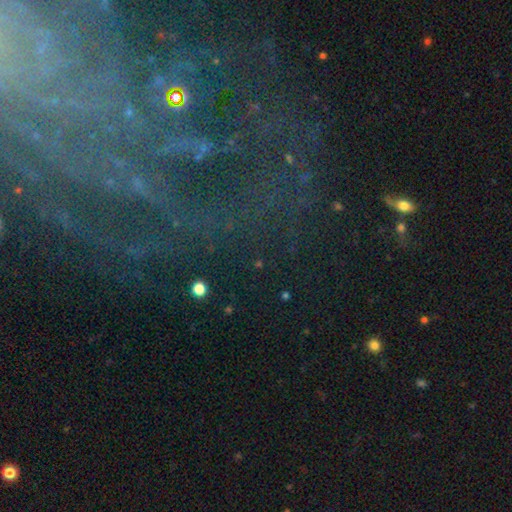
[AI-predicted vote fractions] A featured or disk galaxy (56%).

Vote fractions:
- Smooth or featured? featured or disk: 56% / star or artifact: 29% / smooth: 15%
- Edge-on disk? no: 89% / yes: 11%
- Merging? none: 75% / minor disturbance: 12% / major disturbance: 10% / merger: 4%